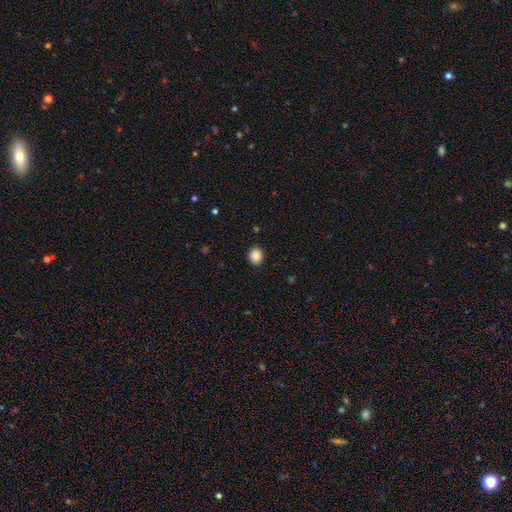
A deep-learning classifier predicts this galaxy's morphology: Overall: smooth (89%). How rounded: round (60%; in between 39%). Merging: none (89%).